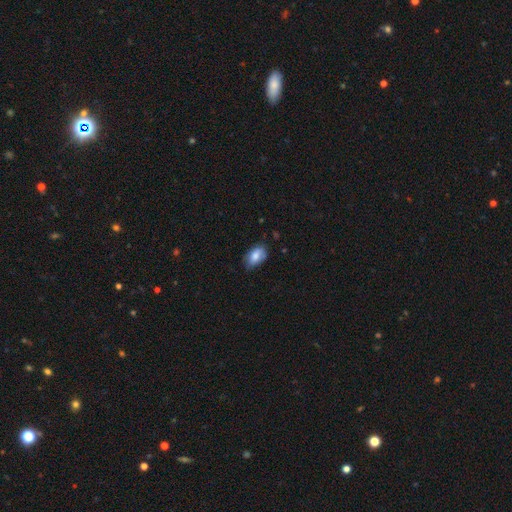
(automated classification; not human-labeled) This is likely a smooth galaxy (79%). How rounded: clearly in between (92%). Merging: likely none (66%).